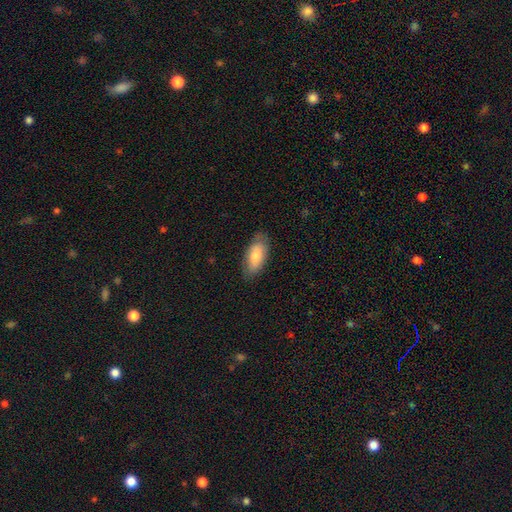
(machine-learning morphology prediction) A smooth galaxy with no disk features (77%) that is in between round and cigar-shaped (89%).

Vote fractions:
- Smooth or featured? smooth: 77% / featured or disk: 17% / star or artifact: 6%
- How rounded? in between: 89% / cigar-shaped: 9% / round: 2%
- Merging? none: 79% / minor disturbance: 17% / major disturbance: 4% / merger: 1%